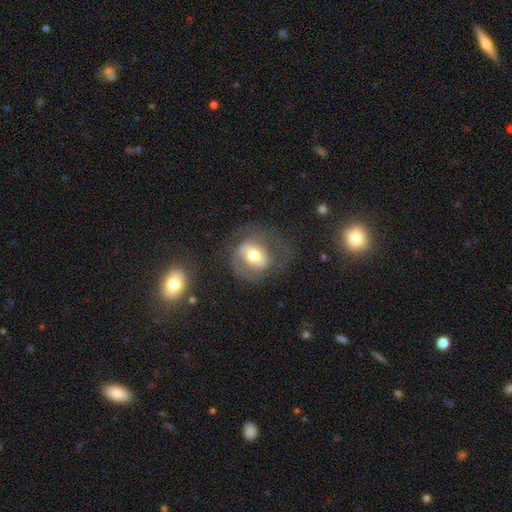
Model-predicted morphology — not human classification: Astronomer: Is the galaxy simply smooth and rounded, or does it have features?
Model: featured or disk — 55% (runner-up: smooth, 37%).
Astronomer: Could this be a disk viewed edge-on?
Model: no — 95%.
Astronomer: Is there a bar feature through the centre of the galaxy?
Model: no — 48% (runner-up: weak, 32%).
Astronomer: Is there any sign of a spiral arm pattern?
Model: yes — 50%, tied with no at 50%.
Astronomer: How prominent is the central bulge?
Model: moderate — 69%.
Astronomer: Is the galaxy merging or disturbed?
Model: none — 53%.